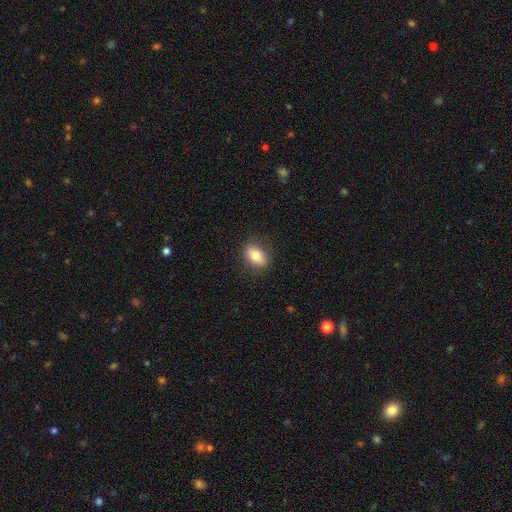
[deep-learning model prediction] A smooth galaxy with no disk features (77%) that is in between round and cigar-shaped (79%). Merging: none (87%).